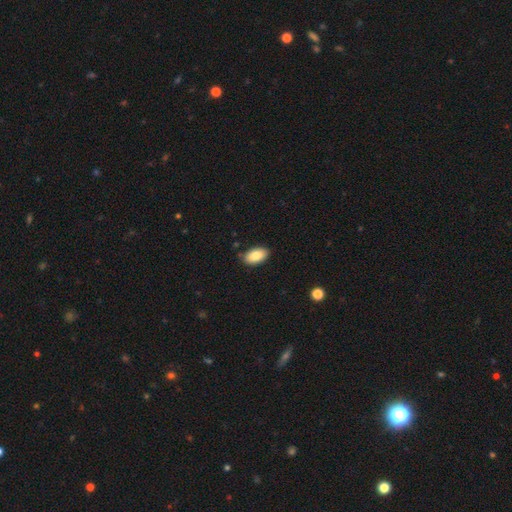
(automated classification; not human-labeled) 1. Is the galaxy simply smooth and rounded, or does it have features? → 85% smooth, 8% featured or disk, 7% star or artifact.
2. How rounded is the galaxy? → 94% in between, 4% round, 2% cigar-shaped.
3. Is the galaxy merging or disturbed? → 85% none, 11% minor disturbance, 2% major disturbance, 2% merger.